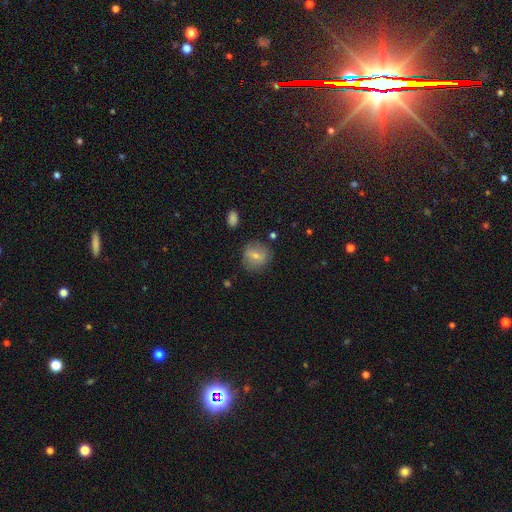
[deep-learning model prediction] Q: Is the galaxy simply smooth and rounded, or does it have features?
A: smooth — 59%.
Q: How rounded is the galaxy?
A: round — 79%.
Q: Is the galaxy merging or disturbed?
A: none — 78%.